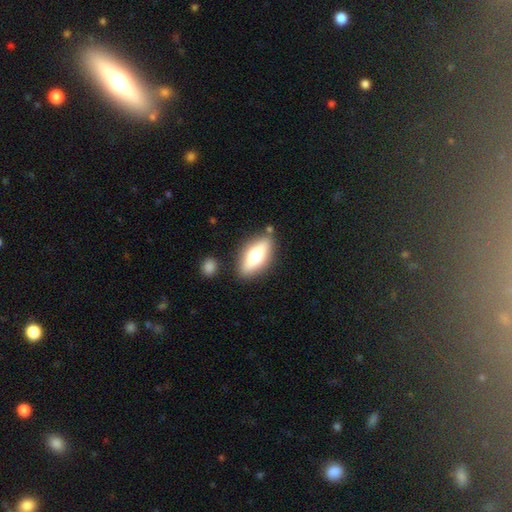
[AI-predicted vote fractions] A smooth galaxy with no disk features (57%) that is in between round and cigar-shaped (75%). Merging: none (82%).